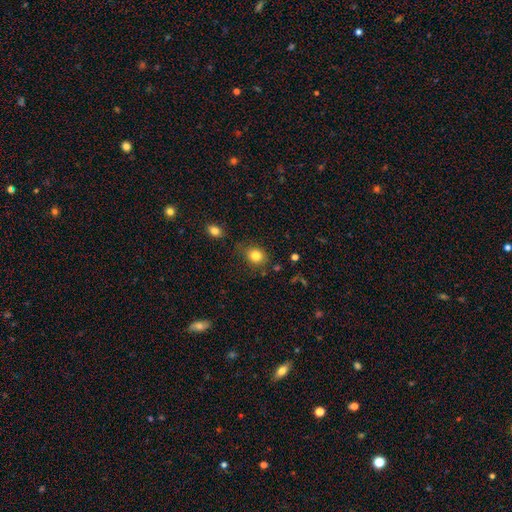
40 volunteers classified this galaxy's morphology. smooth 72%, featured or disk 18%, star or artifact 10%. Down the decision tree: how rounded — round (62%); merging — none (44%).